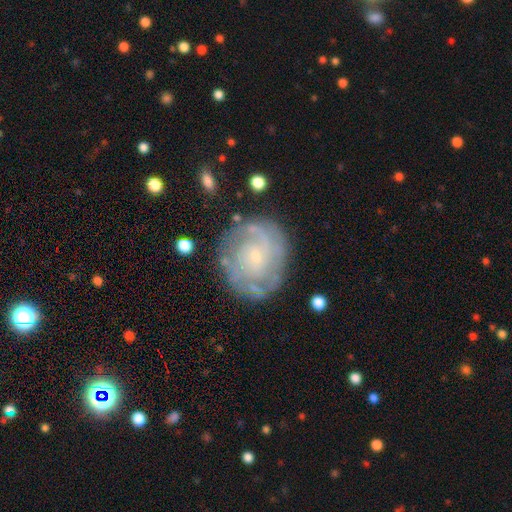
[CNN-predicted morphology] featured or disk 75%, smooth 18%, star or artifact 7%. Down the decision tree: edge-on disk — no (97%); bar — no (72%); spiral arms — yes (86%); spiral arm count — can't tell (42%); spiral winding — tight (61%); bulge size — small (80%); merging — none (75%).